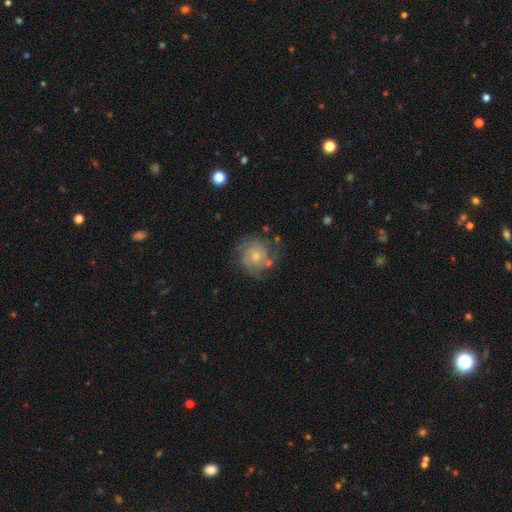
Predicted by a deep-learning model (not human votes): A featured or disk galaxy (66%) with no bar (81%), tight (65%) spiral arms (86%) and a small central bulge (49%). Merging: none (66%).